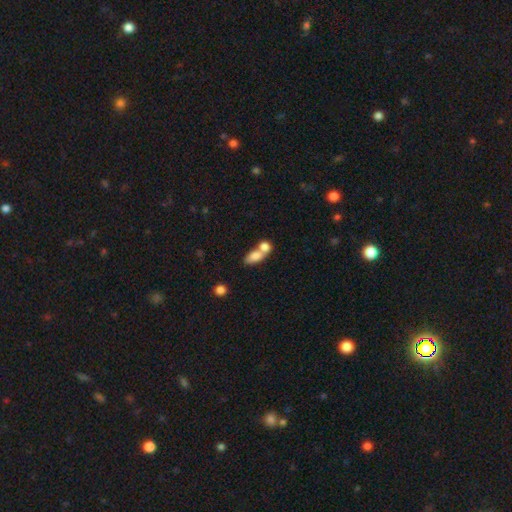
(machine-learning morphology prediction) Smooth or featured? Predicted: smooth (p=0.78). How rounded? Predicted: in between (p=0.77). Merging? Predicted: merger (p=0.62).